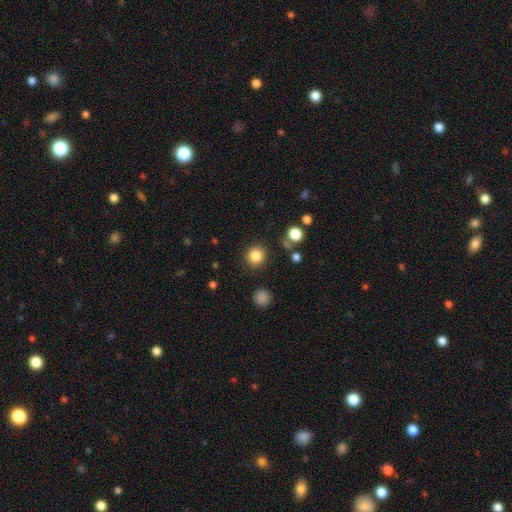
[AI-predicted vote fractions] This is clearly a smooth galaxy (84%). How rounded: clearly round (91%). Merging: clearly none (87%).